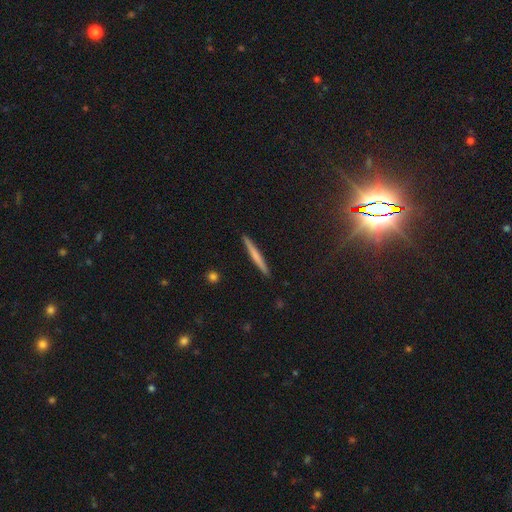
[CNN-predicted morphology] Smooth or featured: smooth — 56% (featured or disk — 37%)
How rounded: cigar-shaped — 96% (in between — 2%)
Merging: none — 92% (minor disturbance — 6%)